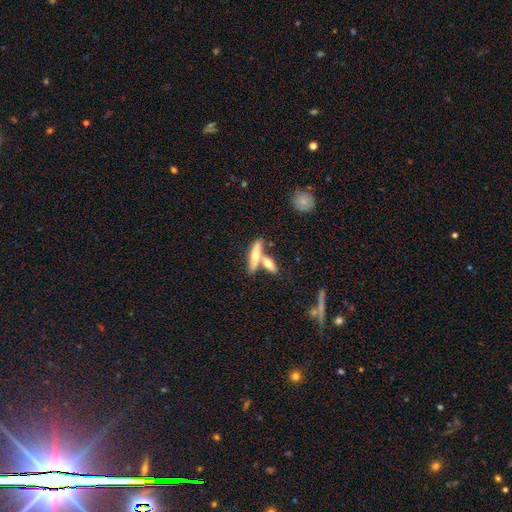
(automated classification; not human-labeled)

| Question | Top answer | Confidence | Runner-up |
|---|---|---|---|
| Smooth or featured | smooth | 53% | featured or disk (40%) |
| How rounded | cigar-shaped | 62% | in between (35%) |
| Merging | none | 46% | merger (41%) |